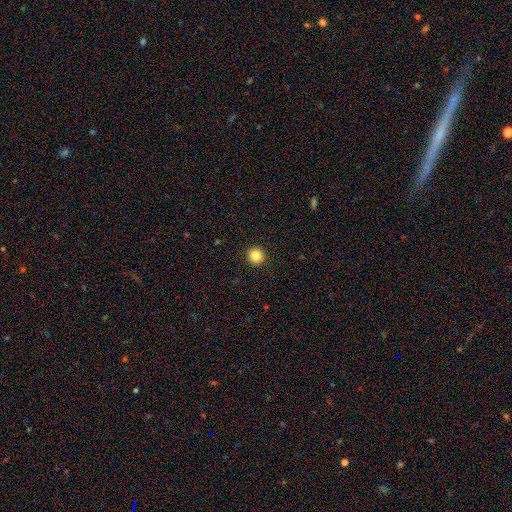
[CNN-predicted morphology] smooth-or-featured: smooth: 84% | star or artifact: 11% | featured or disk: 5%
  how-rounded: round: 95% | in between: 4% | cigar-shaped: 1%
  merging: none: 93% | minor disturbance: 4% | major disturbance: 2% | merger: 1%